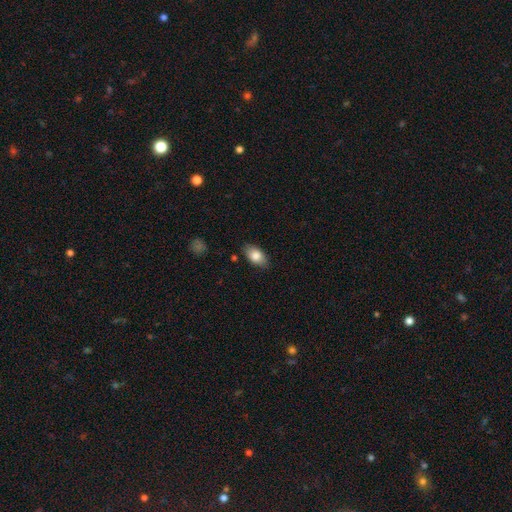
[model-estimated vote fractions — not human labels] Smooth or featured? smooth (83%)
How rounded? in between (91%)
Merging? none (84%)